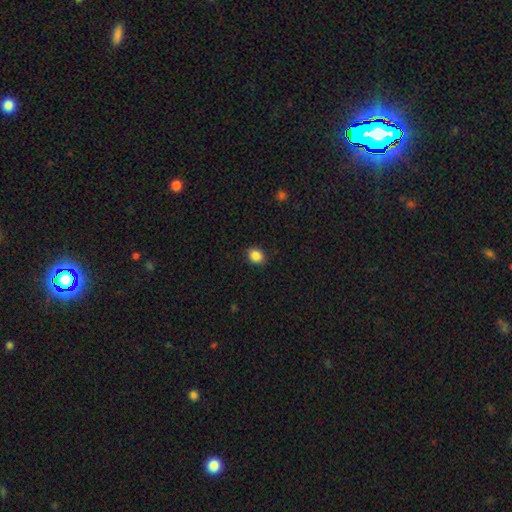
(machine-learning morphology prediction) Smooth or featured? Predicted: smooth (p=0.87). How rounded? Predicted: round (p=0.51). Merging? Predicted: none (p=0.89).